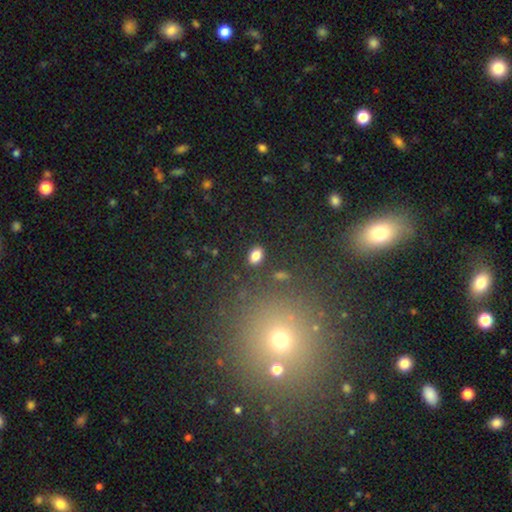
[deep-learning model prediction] smooth_or_featured: smooth (p=0.83) [alt: star or artifact p=0.11]
how_rounded: in between (p=0.84) [alt: round p=0.14]
merging: none (p=0.87) [alt: minor disturbance p=0.08]